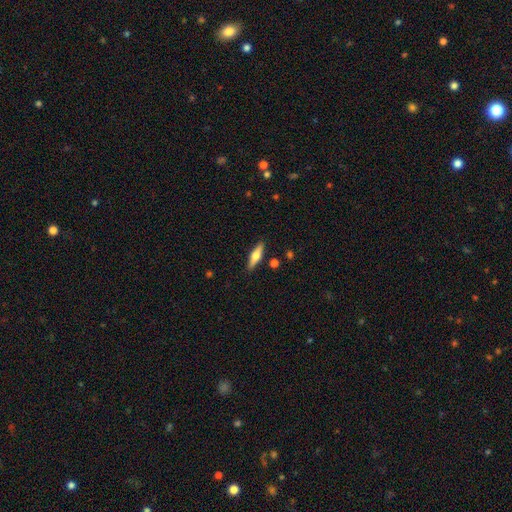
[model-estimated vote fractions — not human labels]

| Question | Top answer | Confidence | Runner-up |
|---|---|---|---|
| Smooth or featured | smooth | 48% | featured or disk (45%) |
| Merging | none | 87% | minor disturbance (8%) |